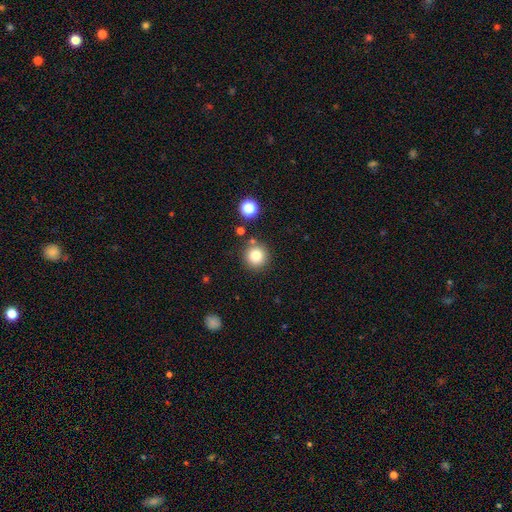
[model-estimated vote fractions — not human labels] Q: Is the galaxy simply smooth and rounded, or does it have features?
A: smooth — 81%.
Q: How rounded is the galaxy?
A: round — 95%.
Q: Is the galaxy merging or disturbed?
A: none — 84%.